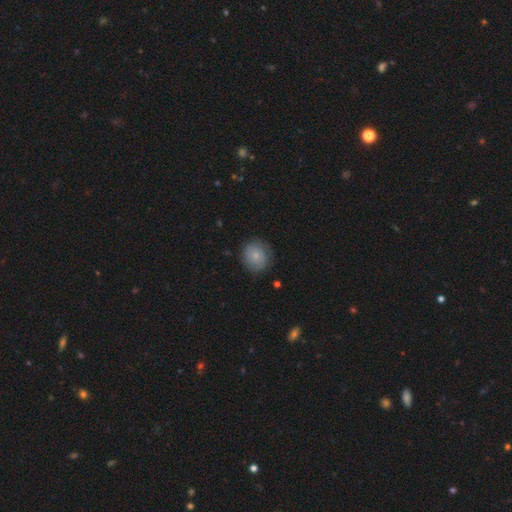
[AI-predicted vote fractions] Smooth or featured? smooth (68%)
How rounded? round (83%)
Merging? none (78%)